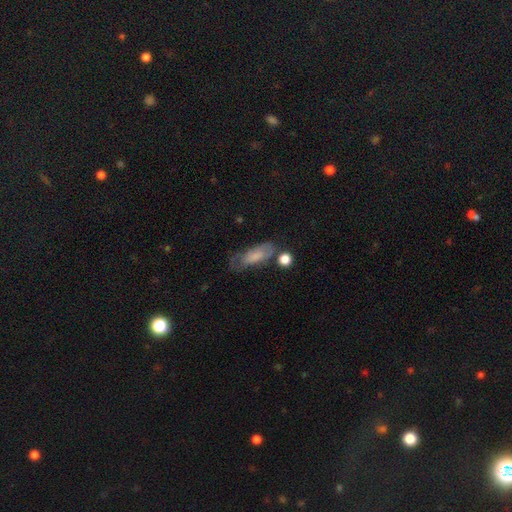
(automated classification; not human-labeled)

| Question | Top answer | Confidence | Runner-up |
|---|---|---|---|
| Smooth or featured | smooth | 62% | featured or disk (30%) |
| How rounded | in between | 74% | cigar-shaped (23%) |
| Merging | none | 46% | minor disturbance (28%) |